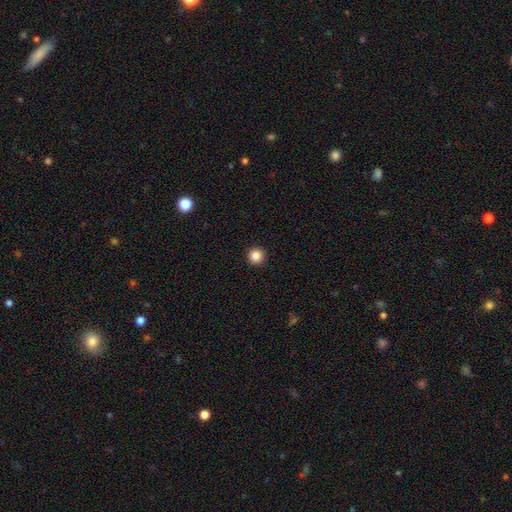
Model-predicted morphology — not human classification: smooth-or-featured: smooth: 86% | star or artifact: 11% | featured or disk: 3%
  how-rounded: round: 96% | in between: 3% | cigar-shaped: 1%
  merging: none: 94% | minor disturbance: 4% | major disturbance: 1% | merger: 1%